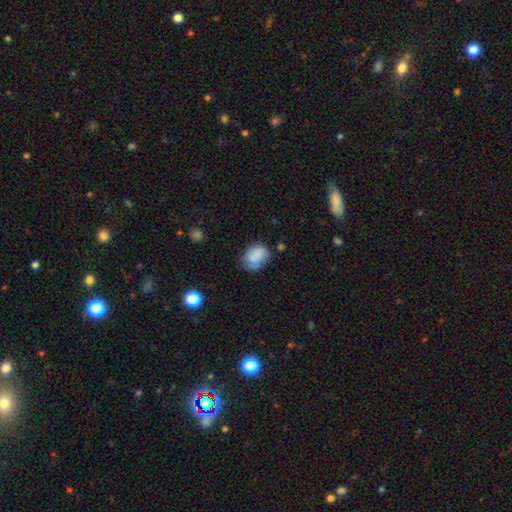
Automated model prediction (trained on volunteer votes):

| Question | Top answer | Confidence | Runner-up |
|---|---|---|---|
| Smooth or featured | smooth | 83% | featured or disk (9%) |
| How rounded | in between | 68% | round (31%) |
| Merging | none | 59% | minor disturbance (29%) |